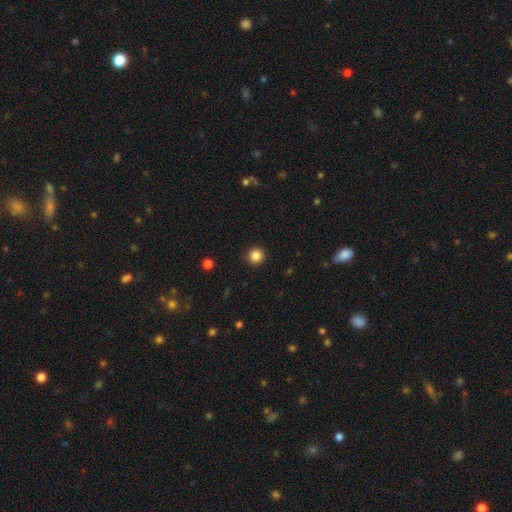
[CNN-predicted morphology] A smooth galaxy with no disk features (85%) that is round (95%).

Vote fractions:
- Smooth or featured? smooth: 85% / star or artifact: 11% / featured or disk: 3%
- How rounded? round: 95% / in between: 4% / cigar-shaped: 1%
- Merging? none: 91% / minor disturbance: 6% / major disturbance: 2% / merger: 1%